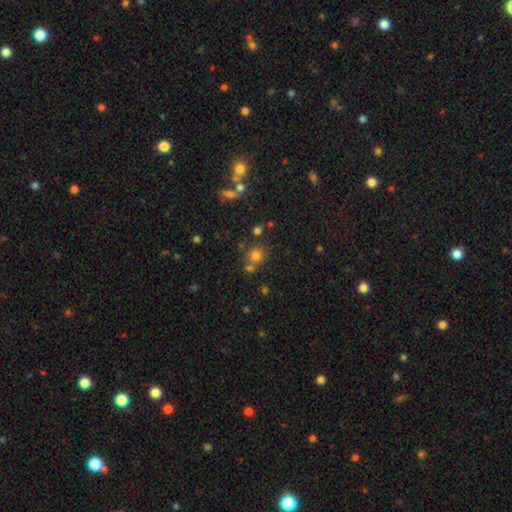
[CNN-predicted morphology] Smooth or featured? Predicted: smooth (p=0.73). How rounded? Predicted: round (p=0.87). Merging? Predicted: none (p=0.63).